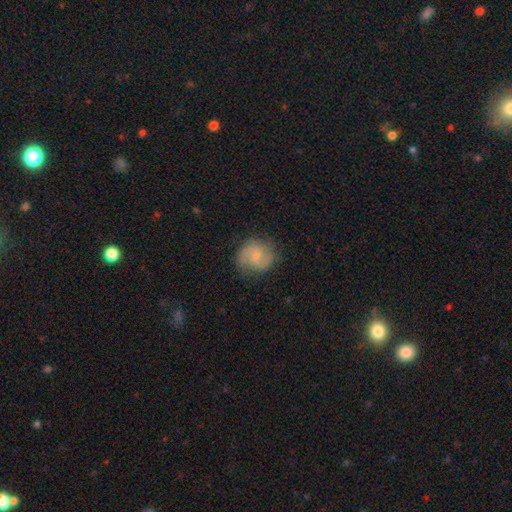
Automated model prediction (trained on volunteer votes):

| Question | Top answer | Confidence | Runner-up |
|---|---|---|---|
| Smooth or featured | featured or disk | 69% | smooth (25%) |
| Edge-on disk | no | 98% | yes (2%) |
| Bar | weak | 47% | no (46%) |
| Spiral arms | yes | 94% | no (6%) |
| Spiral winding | medium | 51% | tight (30%) |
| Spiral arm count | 2 | 87% | can't tell (7%) |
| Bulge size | small | 59% | moderate (21%) |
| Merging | none | 80% | minor disturbance (14%) |